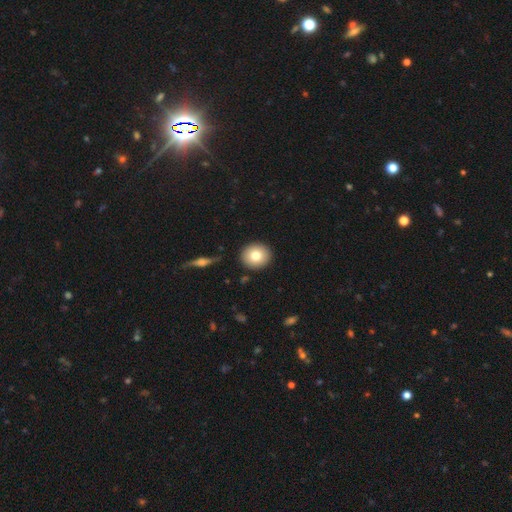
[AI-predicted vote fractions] Overall: smooth (78%). How rounded: round (83%). Merging: none (90%).